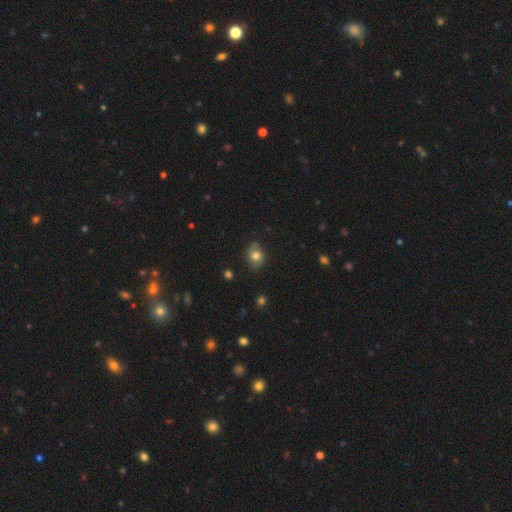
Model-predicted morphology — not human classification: A smooth galaxy with no disk features (75%) that is round (63%).

Vote fractions:
- Smooth or featured? smooth: 75% / featured or disk: 14% / star or artifact: 11%
- How rounded? round: 63% / in between: 36% / cigar-shaped: 1%
- Merging? none: 73% / minor disturbance: 20% / major disturbance: 4% / merger: 3%